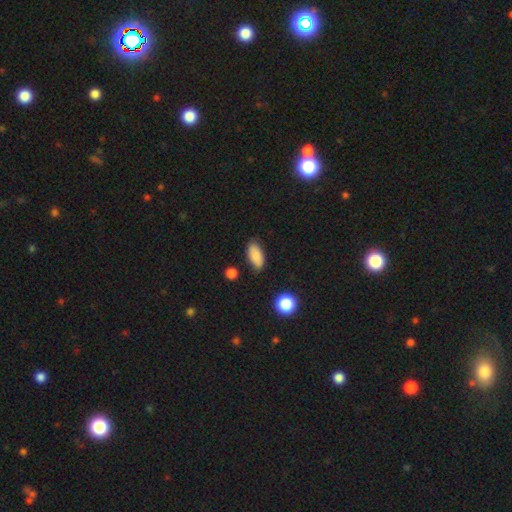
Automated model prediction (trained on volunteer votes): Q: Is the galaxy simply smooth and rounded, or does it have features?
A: smooth — 87%.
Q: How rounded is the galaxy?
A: in between — 88%.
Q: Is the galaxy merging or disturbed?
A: none — 82%.